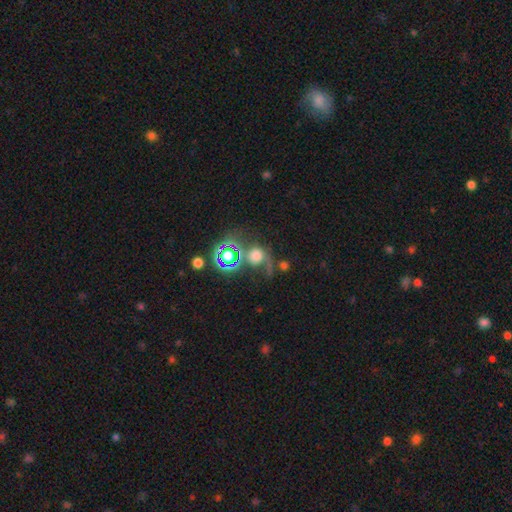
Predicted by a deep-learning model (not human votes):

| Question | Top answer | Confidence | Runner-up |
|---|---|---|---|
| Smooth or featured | smooth | 46% | star or artifact (30%) |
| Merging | none | 42% | major disturbance (23%) |